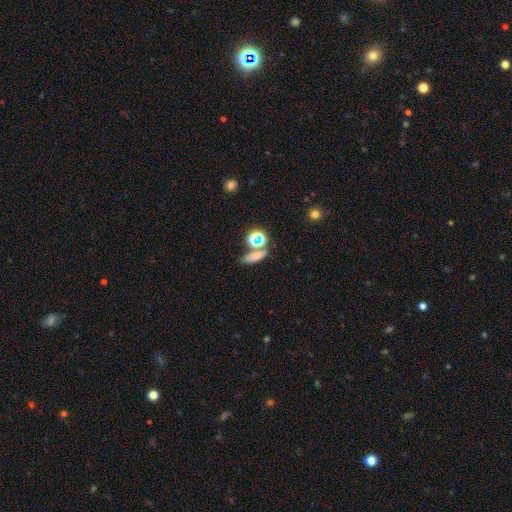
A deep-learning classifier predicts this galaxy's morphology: smooth 63%, star or artifact 25%, featured or disk 12%. Down the decision tree: how rounded — in between (46%); merging — none (60%).